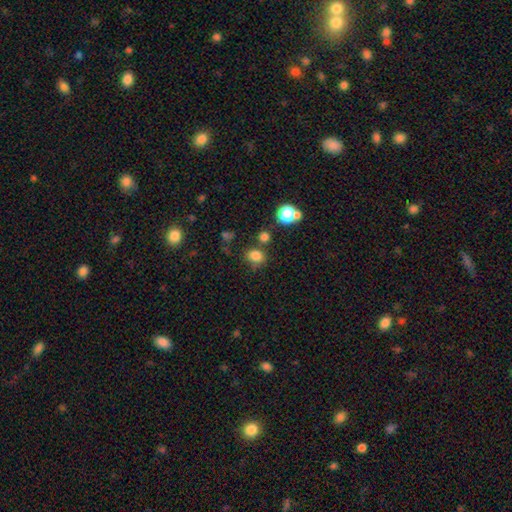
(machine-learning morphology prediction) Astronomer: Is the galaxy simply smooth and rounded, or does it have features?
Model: smooth — 79%.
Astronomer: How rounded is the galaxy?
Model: round — 62%.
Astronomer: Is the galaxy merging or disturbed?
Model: none — 69%.